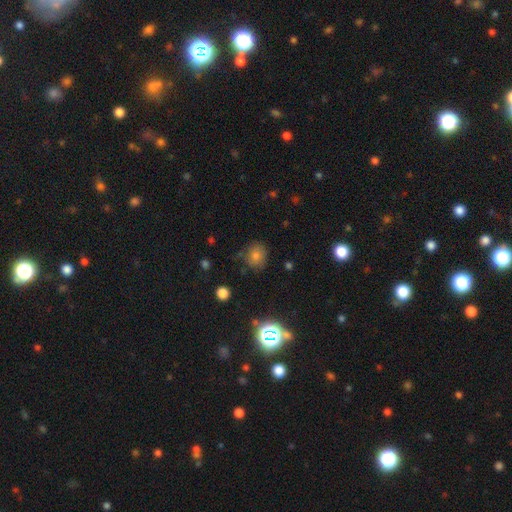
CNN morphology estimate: type=smooth (73%); roundness=round (68%); merging=none (75%).